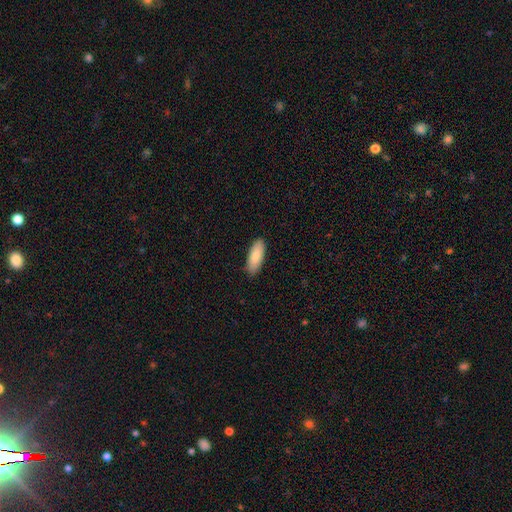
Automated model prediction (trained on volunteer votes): Smooth or featured? Predicted: smooth (p=0.87). How rounded? Predicted: in between (p=0.73). Merging? Predicted: none (p=0.88).